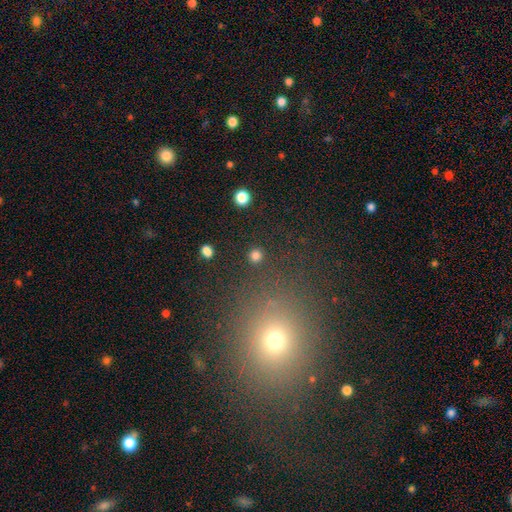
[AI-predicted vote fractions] Smooth or featured?
  - smooth: 81% *
  - star or artifact: 14%
  - featured or disk: 4%
How rounded?
  - round: 94% *
  - in between: 5%
  - cigar-shaped: 1%
Merging?
  - none: 90% *
  - minor disturbance: 5%
  - major disturbance: 3%
  - merger: 2%